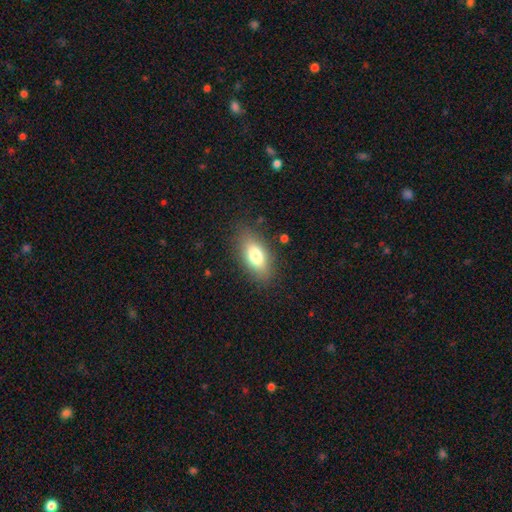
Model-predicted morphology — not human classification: type=smooth (78%); roundness=in between (86%); merging=none (82%).